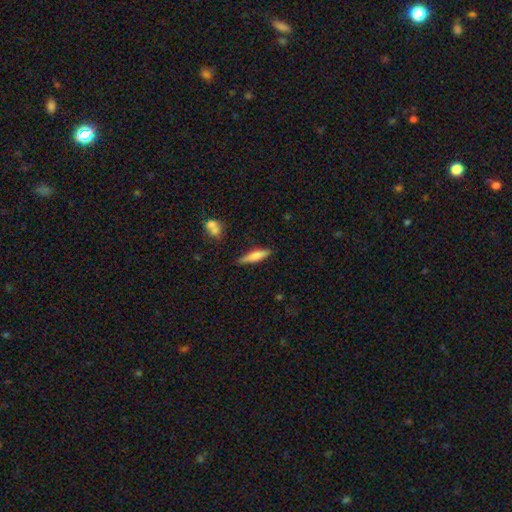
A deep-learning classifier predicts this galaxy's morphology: Smooth or featured? Predicted: smooth (p=0.70). How rounded? Predicted: cigar-shaped (p=0.75). Merging? Predicted: none (p=0.81).